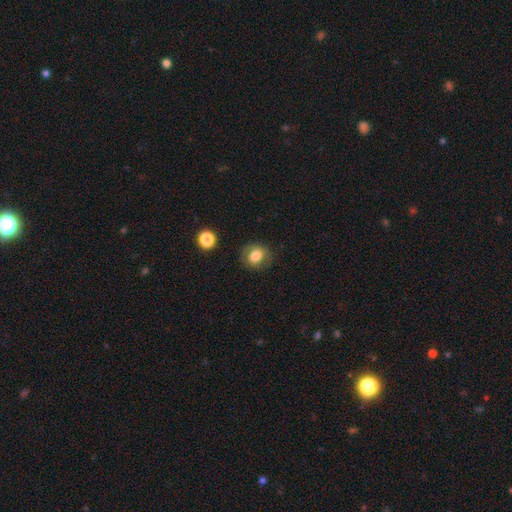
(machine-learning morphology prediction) Smooth or featured? Predicted: smooth (p=0.73). How rounded? Predicted: round (p=0.65). Merging? Predicted: none (p=0.78).